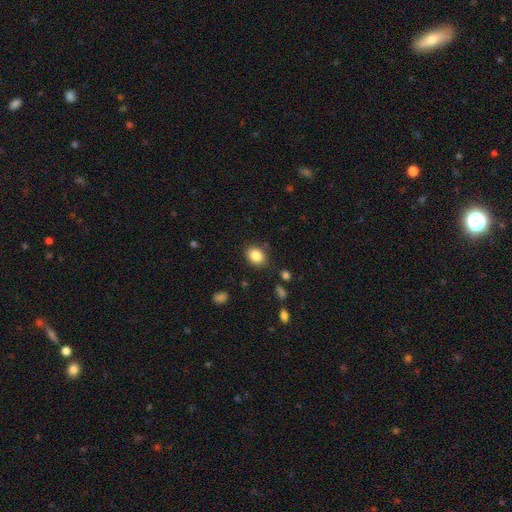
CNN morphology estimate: The model was most divided on "how rounded": in between: 60%, round: 39%, cigar-shaped: 1%. More confident: smooth or featured — smooth (85%); merging — none (84%).